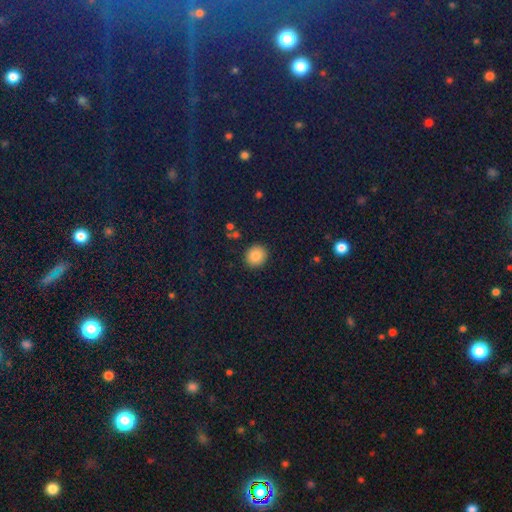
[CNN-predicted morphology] This appears to be a smooth galaxy with no disk features (85%) that is round (80%). Merging: none (91%).